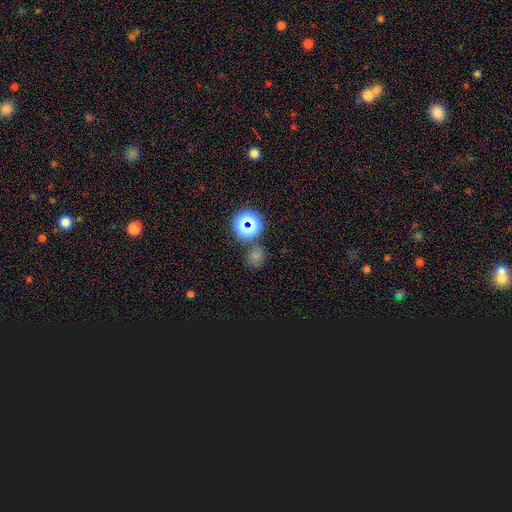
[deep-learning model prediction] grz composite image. It shows a smooth galaxy with no disk features (56%) that is round (74%). Merging: none (69%).